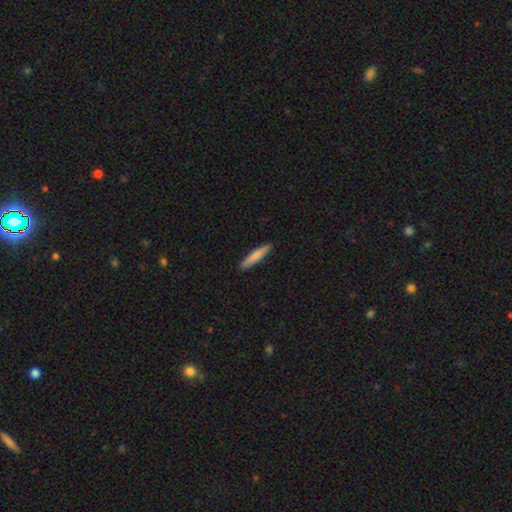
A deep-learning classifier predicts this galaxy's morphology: This is likely a smooth galaxy (78%). How rounded: clearly cigar-shaped (92%). Merging: clearly none (91%).